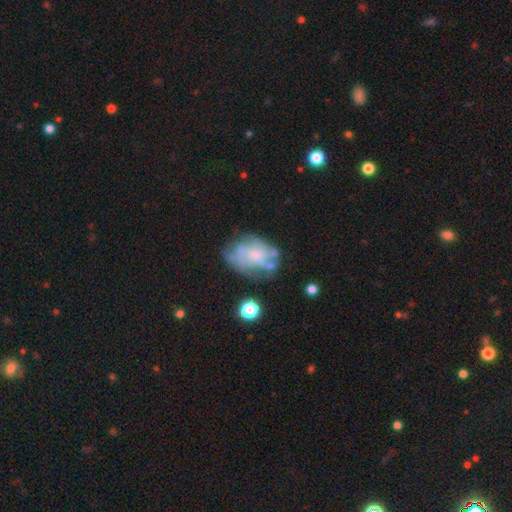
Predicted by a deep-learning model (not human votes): smooth-or-featured: featured or disk: 58% | smooth: 31% | star or artifact: 10%
  disk-edge-on: no: 97% | yes: 3%
    bar: no: 82% | weak: 15% | strong: 3%
    has-spiral-arms: no: 66% | yes: 34%
    bulge-size: moderate: 31% (tied) | small: 31% (tied) | none: 30% | large: 7% | dominant: 2%
  merging: none: 44% | minor disturbance: 26% | major disturbance: 20% | merger: 10%